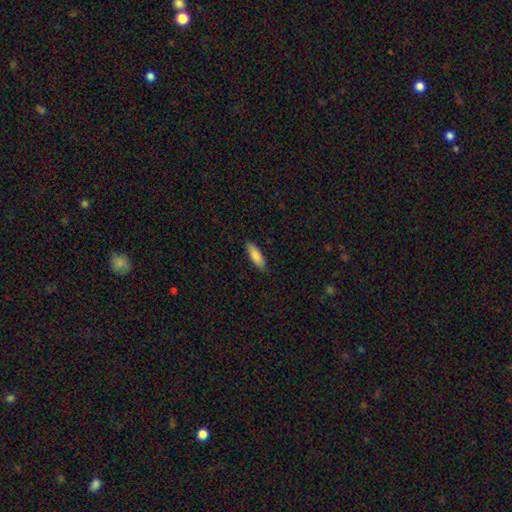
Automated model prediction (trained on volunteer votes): The model was most divided on "how rounded": in between: 55%, cigar-shaped: 43%, round: 2%. More confident: merging — none (85%); smooth or featured — smooth (85%).